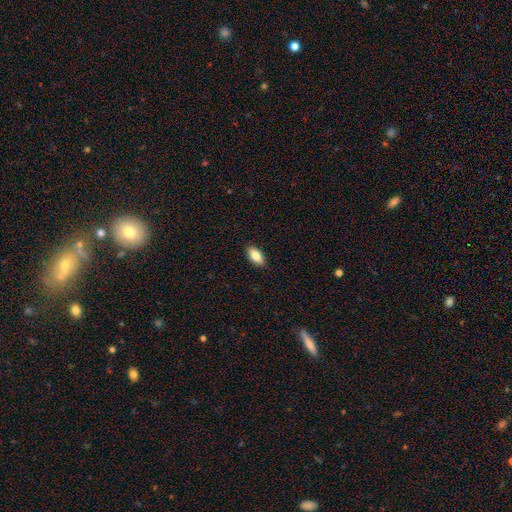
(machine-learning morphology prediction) Smooth or featured? smooth (80%)
How rounded? in between (89%)
Merging? none (90%)